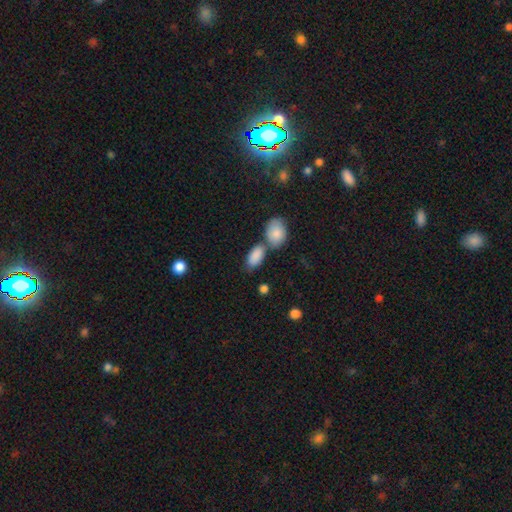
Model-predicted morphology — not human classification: The model was most divided on "merging": none: 52%, merger: 30%, minor disturbance: 13%, major disturbance: 4%. More confident: how rounded — in between (92%); smooth or featured — smooth (88%).